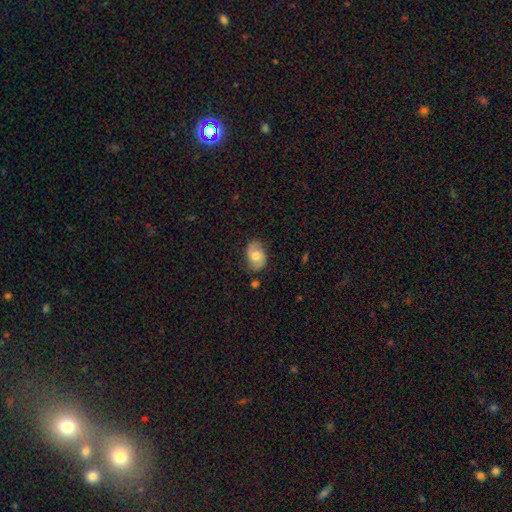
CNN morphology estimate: Smooth or featured? Predicted: smooth (p=0.57). How rounded? Predicted: in between (p=0.82). Merging? Predicted: none (p=0.75).